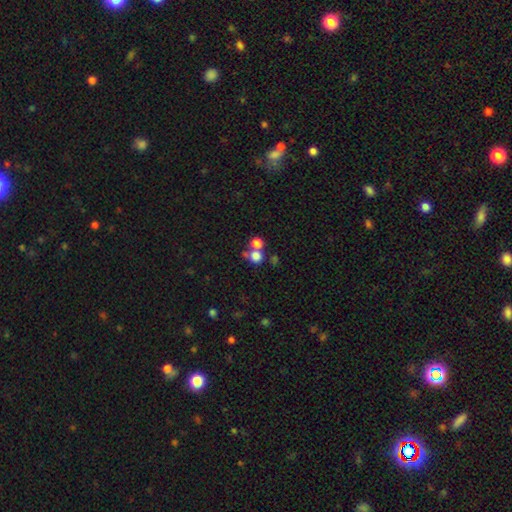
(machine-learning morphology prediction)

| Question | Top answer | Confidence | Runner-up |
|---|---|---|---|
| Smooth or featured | smooth | 76% | star or artifact (15%) |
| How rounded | round | 87% | in between (12%) |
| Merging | none | 49% | merger (38%) |